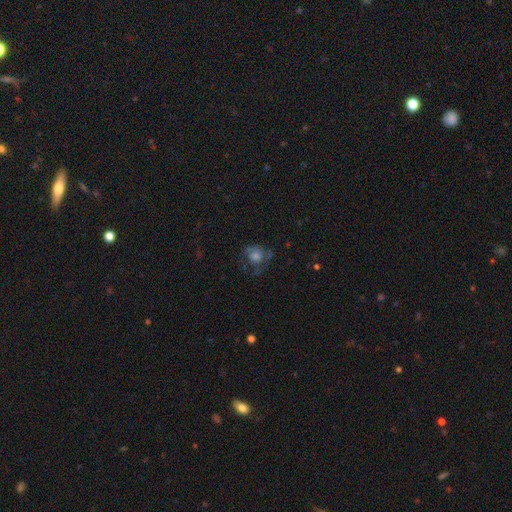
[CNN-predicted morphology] This appears to be a smooth galaxy with no disk features (42%, tied with featured or disk). Merging: none (53%).